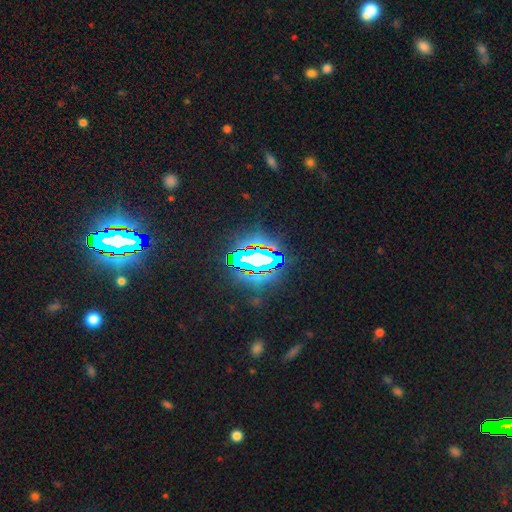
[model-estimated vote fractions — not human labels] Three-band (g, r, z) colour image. It shows a star or artifact, not a galaxy (78%).